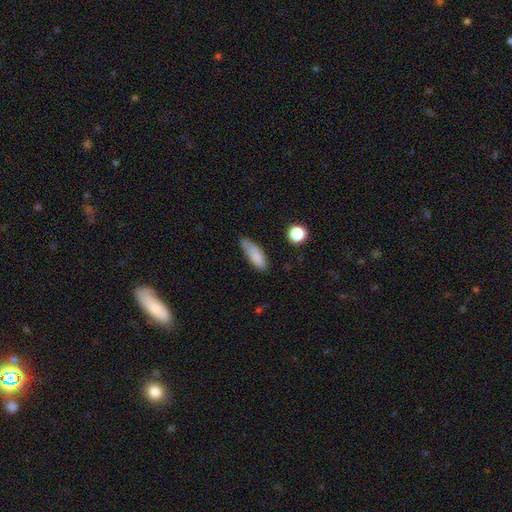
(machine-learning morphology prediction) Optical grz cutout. It shows a smooth galaxy with no disk features (82%) that is in between round and cigar-shaped (62%). Merging: none (54%).